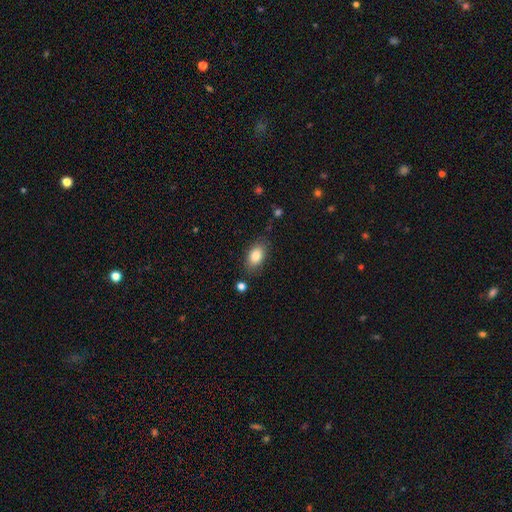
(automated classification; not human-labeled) Q: Smooth or featured?
A: smooth (84%); runner-up: featured or disk (8%)
Q: How rounded?
A: in between (89%); runner-up: round (9%)
Q: Merging?
A: none (80%); runner-up: minor disturbance (14%)